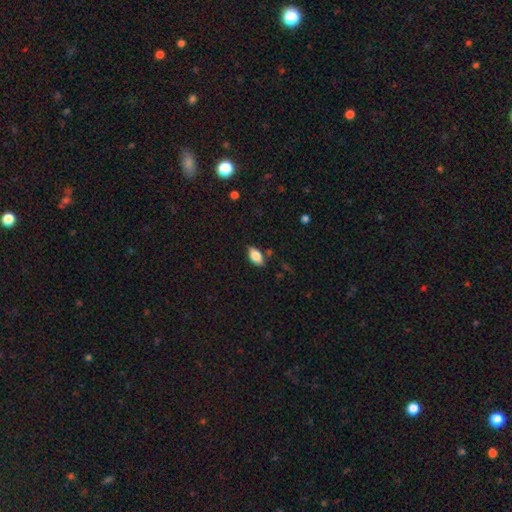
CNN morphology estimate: smooth 80%, featured or disk 13%, star or artifact 7%. Down the decision tree: how rounded — in between (91%); merging — none (78%).